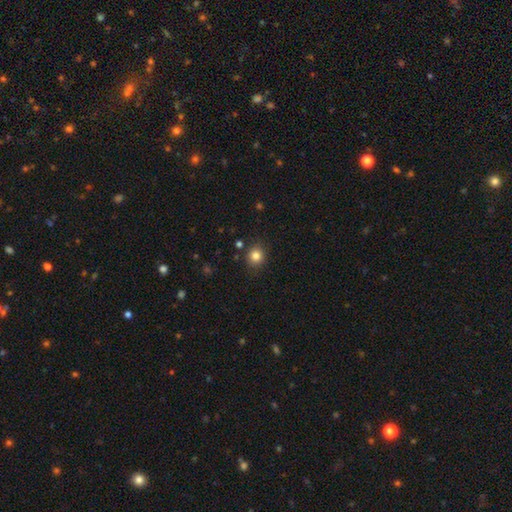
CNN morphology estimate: Q: Smooth or featured?
A: smooth (82%); runner-up: star or artifact (12%)
Q: How rounded?
A: round (83%); runner-up: in between (17%)
Q: Merging?
A: none (87%); runner-up: minor disturbance (8%)